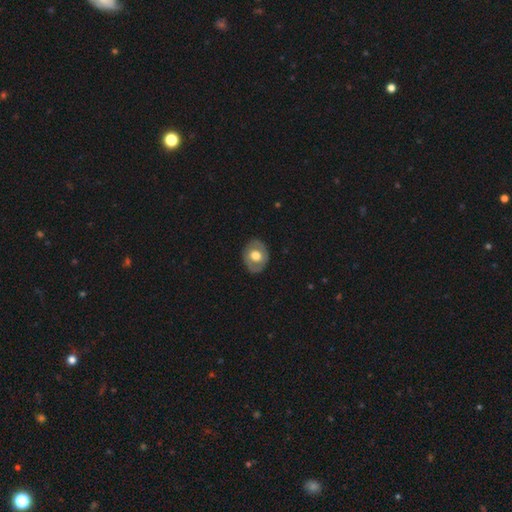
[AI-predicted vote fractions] Morphology: type=featured or disk (47%, tied with smooth); merging=none (83%).